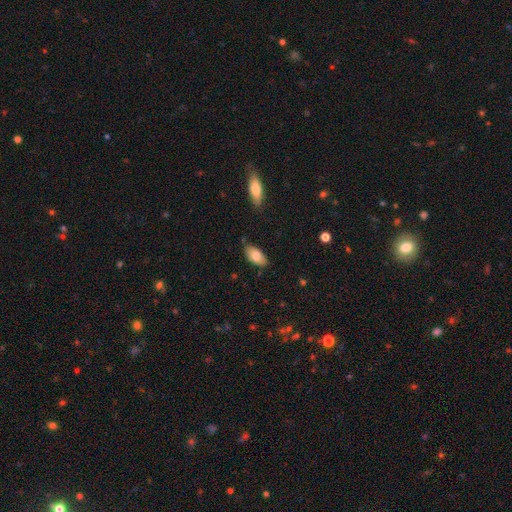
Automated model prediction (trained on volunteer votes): smooth 79%, featured or disk 15%, star or artifact 6%. Down the decision tree: how rounded — in between (93%); merging — none (78%).